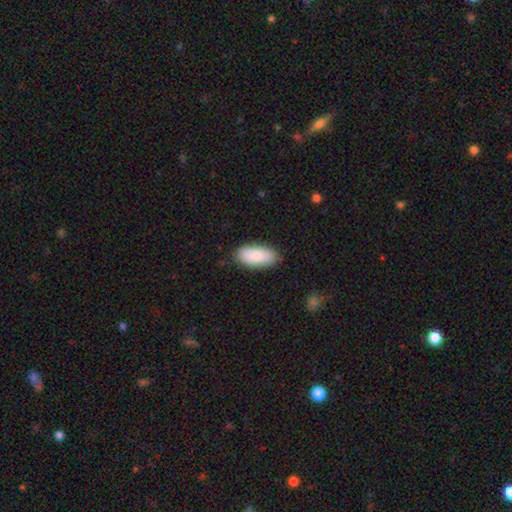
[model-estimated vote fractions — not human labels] A smooth galaxy with no disk features (84%) that is in between round and cigar-shaped (89%). Merging: none (84%).